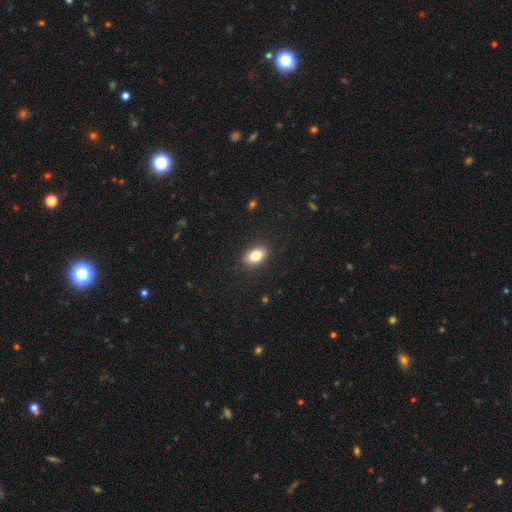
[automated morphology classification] The model was most divided on "how rounded": in between: 85%, round: 13%, cigar-shaped: 3%. More confident: merging — none (87%); smooth or featured — smooth (82%).